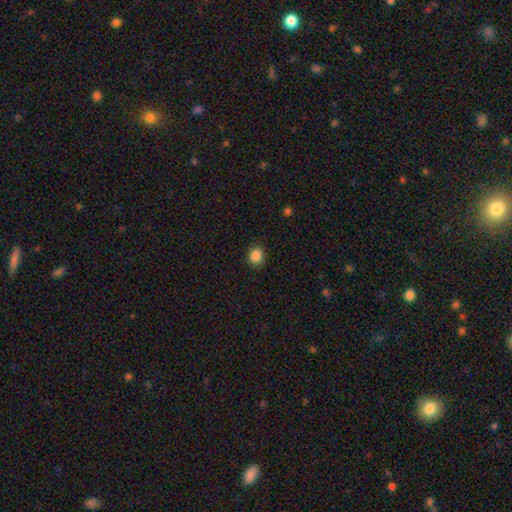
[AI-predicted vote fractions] This appears to be a smooth galaxy with no disk features (87%) that is round (73%). Merging: none (88%).